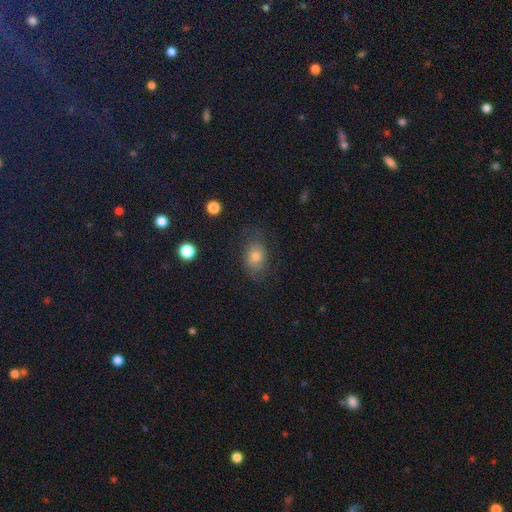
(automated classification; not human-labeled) Smooth or featured? smooth (54%)
How rounded? in between (68%)
Merging? none (77%)